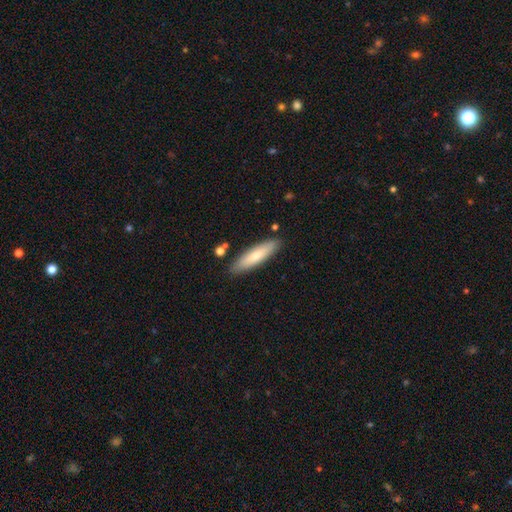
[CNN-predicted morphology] type=smooth (69%); roundness=cigar-shaped (74%); merging=none (86%).